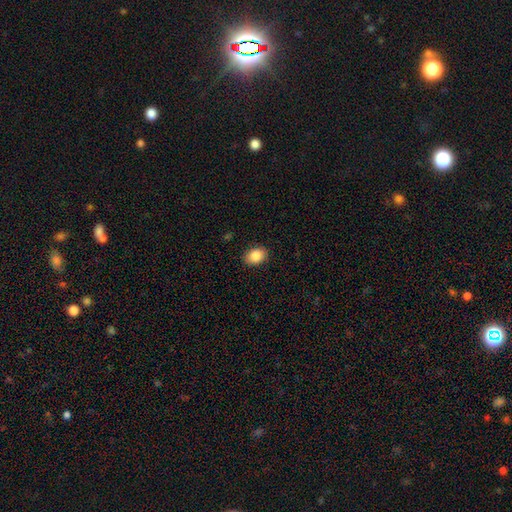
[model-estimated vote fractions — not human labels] Q: Smooth or featured?
A: smooth (86%); runner-up: star or artifact (8%)
Q: How rounded?
A: in between (69%); runner-up: round (30%)
Q: Merging?
A: none (88%); runner-up: minor disturbance (9%)